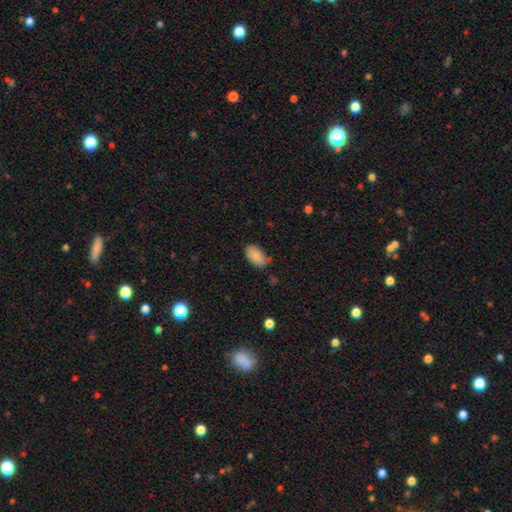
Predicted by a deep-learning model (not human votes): This appears to be a smooth galaxy with no disk features (85%) that is in between round and cigar-shaped (93%). Merging: none (68%).